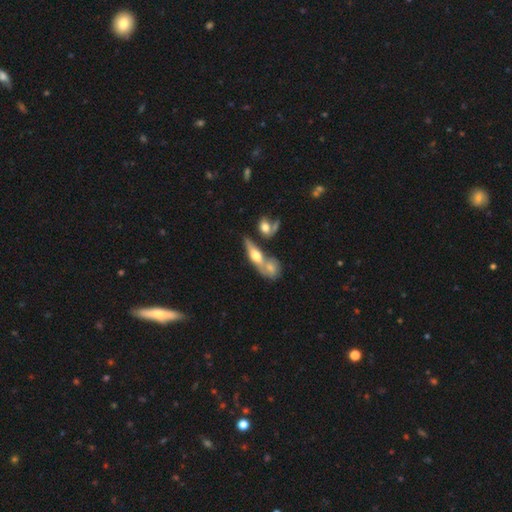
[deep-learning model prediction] Smooth or featured: featured or disk — 55% (smooth — 36%)
Edge-on disk: yes — 78% (no — 22%)
Merging: merger — 45% (none — 39%)